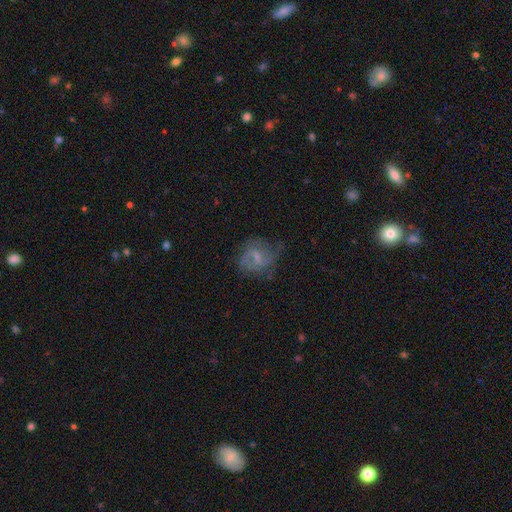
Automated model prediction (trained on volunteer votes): A featured or disk galaxy (61%) with a weak bar (54%), spiral arms (82%) and a small central bulge (45%).

Vote fractions:
- Smooth or featured? featured or disk: 61% / smooth: 27% / star or artifact: 11%
- Edge-on disk? no: 97% / yes: 3%
- Bar? weak: 54% / no: 32% / strong: 14%
- Spiral arms? yes: 82% / no: 18%
- Bulge size? small: 45% / moderate: 27% / none: 24% / large: 2% / dominant: 1%
- Merging? none: 61% / minor disturbance: 23% / major disturbance: 15% / merger: 2%